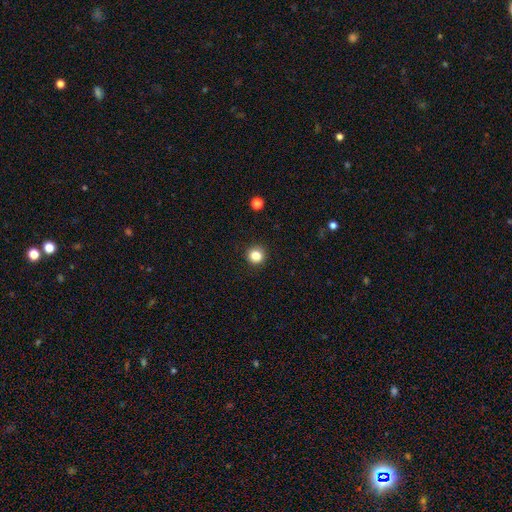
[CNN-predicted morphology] Smooth or featured?
  - smooth: 85% *
  - star or artifact: 11%
  - featured or disk: 4%
How rounded?
  - round: 94% *
  - in between: 5%
  - cigar-shaped: 1%
Merging?
  - none: 92% *
  - minor disturbance: 5%
  - major disturbance: 2%
  - merger: 1%